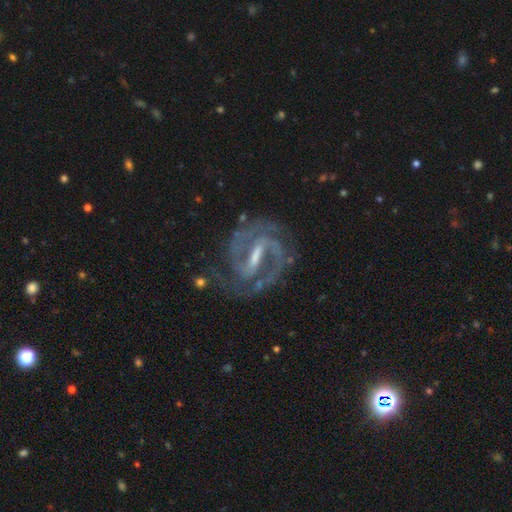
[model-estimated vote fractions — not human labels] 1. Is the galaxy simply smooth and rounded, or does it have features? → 92% featured or disk, 4% star or artifact, 3% smooth.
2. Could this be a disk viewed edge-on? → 97% no, 3% yes.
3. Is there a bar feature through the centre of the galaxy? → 68% strong, 27% weak, 5% no.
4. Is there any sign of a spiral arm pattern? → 98% yes, 2% no.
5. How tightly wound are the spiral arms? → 49% medium, 43% tight, 8% loose.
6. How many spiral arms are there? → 89% 2, 4% 3, 3% can't tell, 2% 1, 1% 4, 1% more than 4.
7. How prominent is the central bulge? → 46% small, 32% moderate, 17% none, 4% large, 1% dominant.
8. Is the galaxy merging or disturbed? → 75% none, 15% minor disturbance, 8% major disturbance, 2% merger.